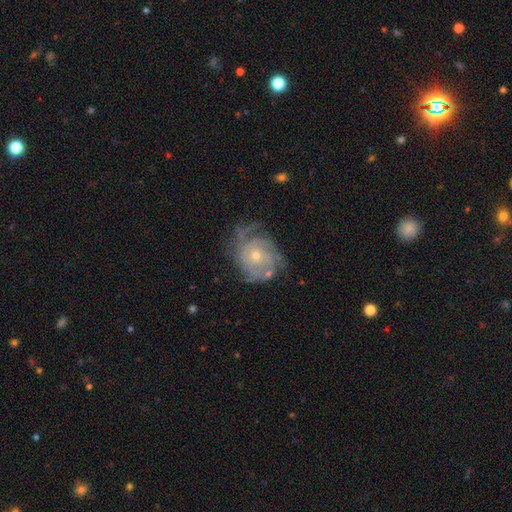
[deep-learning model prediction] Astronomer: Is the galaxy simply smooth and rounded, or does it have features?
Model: featured or disk — 83%.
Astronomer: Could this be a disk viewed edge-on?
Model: no — 97%.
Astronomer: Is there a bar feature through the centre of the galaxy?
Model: no — 78%.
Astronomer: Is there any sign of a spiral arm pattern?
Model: yes — 93%.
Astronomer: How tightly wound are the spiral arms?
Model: tight — 60%.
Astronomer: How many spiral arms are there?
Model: can't tell — 32% (runner-up: 3, 23%).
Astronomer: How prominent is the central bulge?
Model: small — 53% (runner-up: moderate, 43%).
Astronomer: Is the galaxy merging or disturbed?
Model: none — 62%.